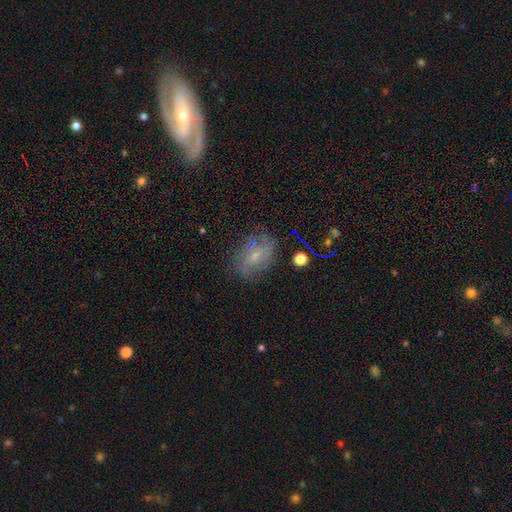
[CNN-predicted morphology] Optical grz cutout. It shows a featured or disk galaxy (47%). Merging: none (65%).